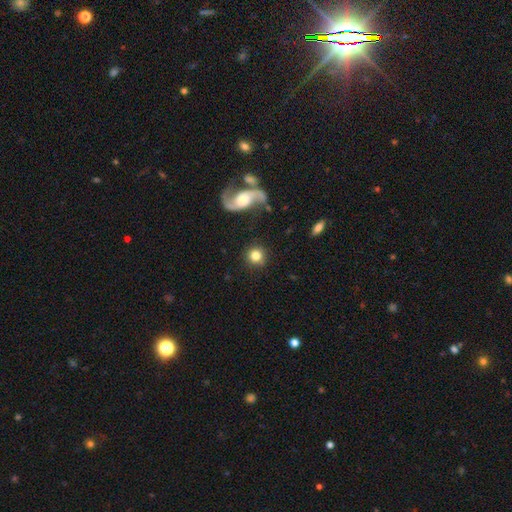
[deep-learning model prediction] A smooth galaxy with no disk features (76%) that is round (93%).

Vote fractions:
- Smooth or featured? smooth: 76% / featured or disk: 15% / star or artifact: 9%
- How rounded? round: 93% / in between: 6% / cigar-shaped: 1%
- Merging? none: 84% / minor disturbance: 8% / merger: 4% / major disturbance: 4%